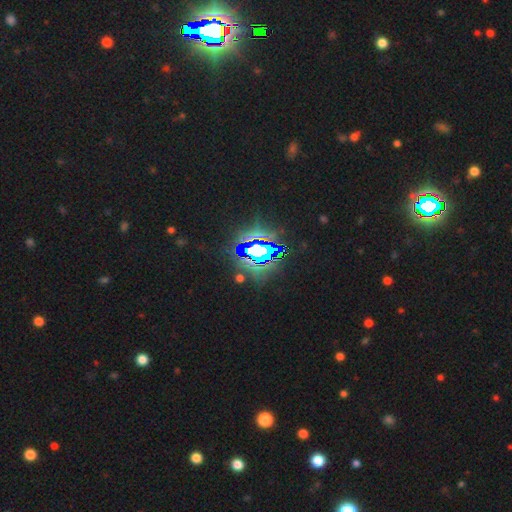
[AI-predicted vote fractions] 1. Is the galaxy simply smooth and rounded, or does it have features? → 83% star or artifact, 10% smooth, 7% featured or disk.